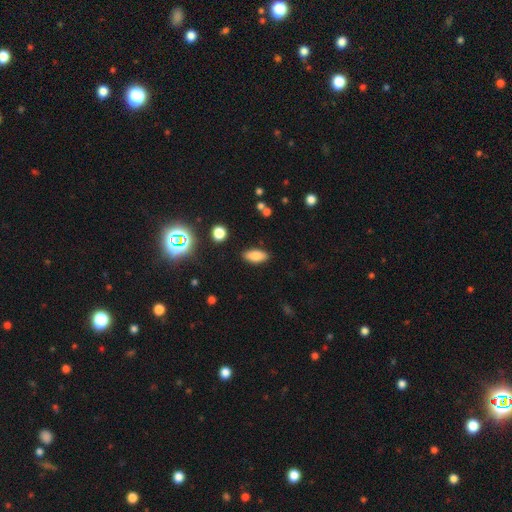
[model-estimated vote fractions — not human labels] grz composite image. It shows a smooth galaxy with no disk features (81%) that is in between round and cigar-shaped (87%). Merging: none (87%).